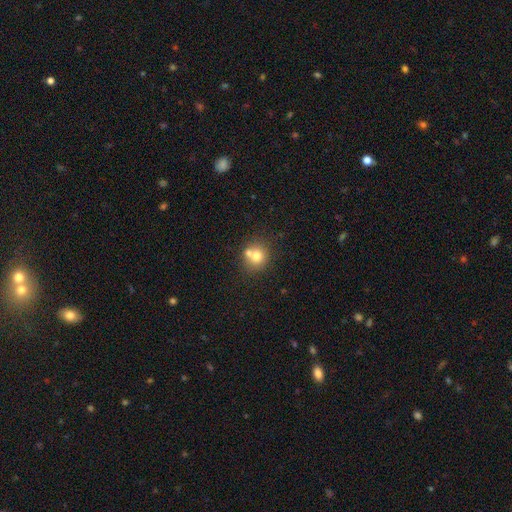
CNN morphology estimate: Smooth or featured: smooth — 72% (featured or disk — 16%)
How rounded: round — 86% (in between — 13%)
Merging: none — 54% (merger — 35%)